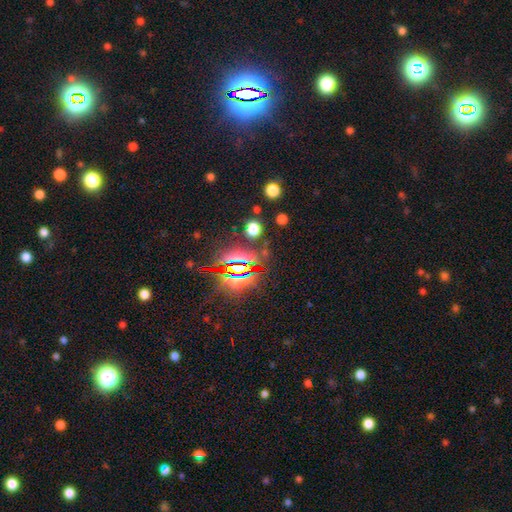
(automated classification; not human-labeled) Smooth or featured?
  - star or artifact: 85% *
  - smooth: 8%
  - featured or disk: 7%